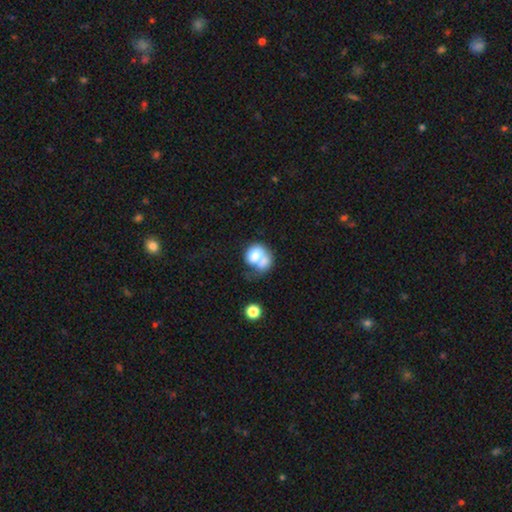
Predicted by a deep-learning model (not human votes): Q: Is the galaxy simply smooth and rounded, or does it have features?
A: smooth — 67%.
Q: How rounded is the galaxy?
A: round — 53%.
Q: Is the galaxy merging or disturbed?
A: merger — 56%.